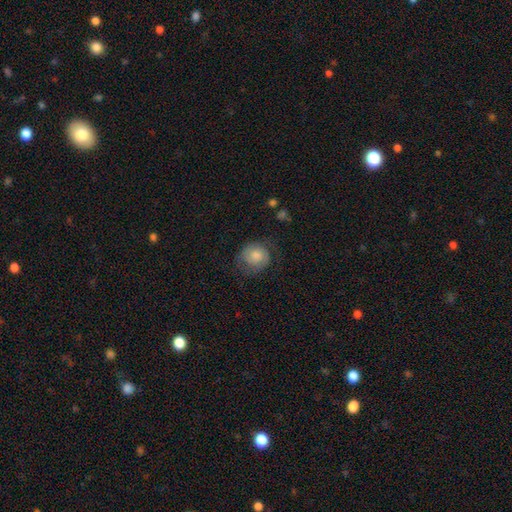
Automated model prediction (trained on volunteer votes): smooth-or-featured: smooth: 64% | featured or disk: 29% | star or artifact: 7%
  how-rounded: round: 77% | in between: 22% | cigar-shaped: 1%
  merging: none: 57% | minor disturbance: 26% | major disturbance: 16% | merger: 1%